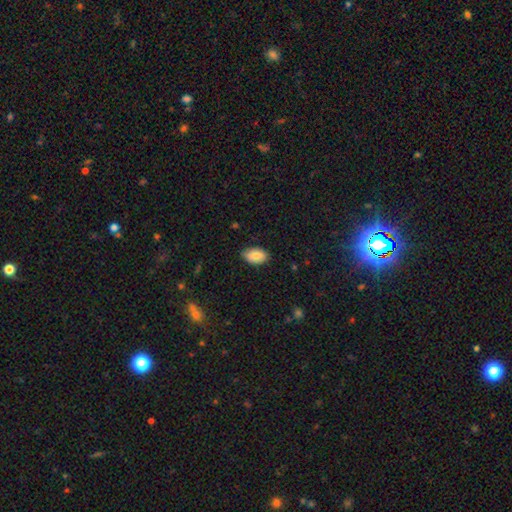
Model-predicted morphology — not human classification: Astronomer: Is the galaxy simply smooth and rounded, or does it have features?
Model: smooth — 80%.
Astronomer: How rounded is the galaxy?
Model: in between — 93%.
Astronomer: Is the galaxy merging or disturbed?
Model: none — 83%.